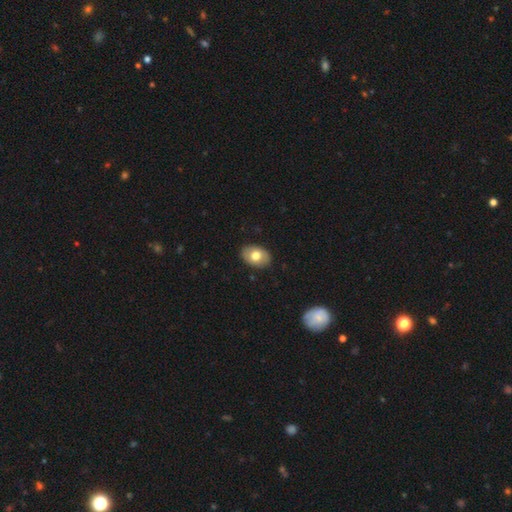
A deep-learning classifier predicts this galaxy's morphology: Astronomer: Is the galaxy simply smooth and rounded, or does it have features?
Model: smooth — 72%.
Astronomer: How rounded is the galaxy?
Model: in between — 80%.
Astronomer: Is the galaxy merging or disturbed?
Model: none — 88%.